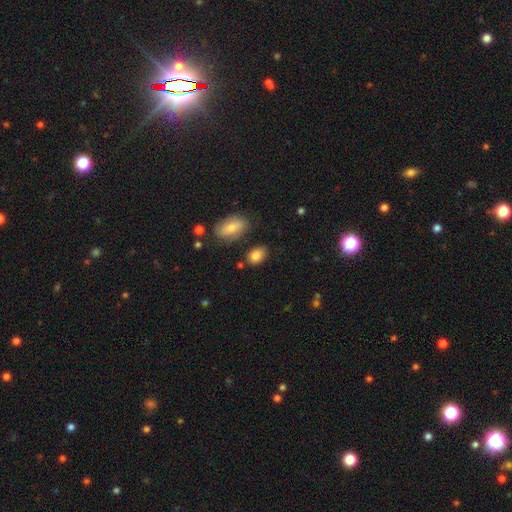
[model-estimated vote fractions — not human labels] This appears to be a smooth galaxy with no disk features (84%) that is in between round and cigar-shaped (83%). Merging: none (75%).